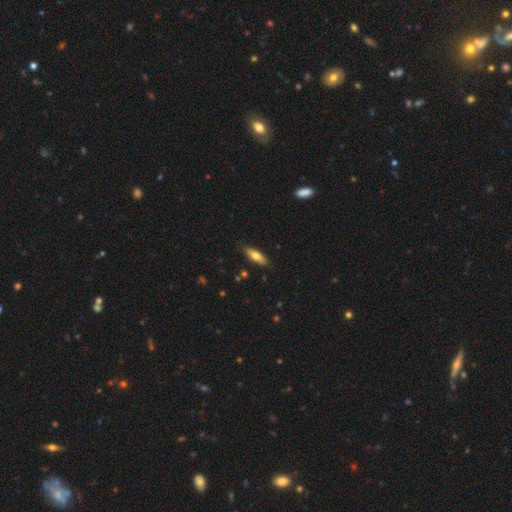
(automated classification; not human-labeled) Overall: smooth (68%). How rounded: in between (51%; cigar-shaped 47%). Merging: none (85%).